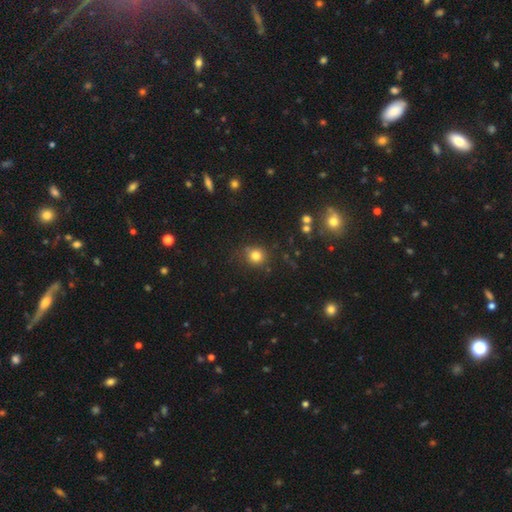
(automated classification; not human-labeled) Overall: smooth (81%). How rounded: round (87%). Merging: none (79%).